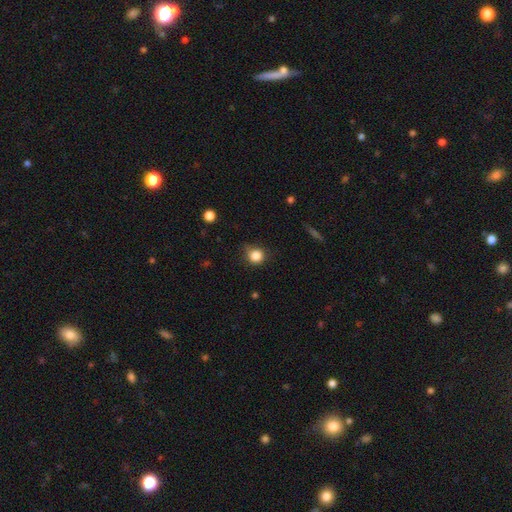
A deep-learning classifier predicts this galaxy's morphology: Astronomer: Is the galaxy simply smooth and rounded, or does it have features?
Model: smooth — 84%.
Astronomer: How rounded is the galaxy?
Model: round — 87%.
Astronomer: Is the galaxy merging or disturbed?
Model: none — 68%.